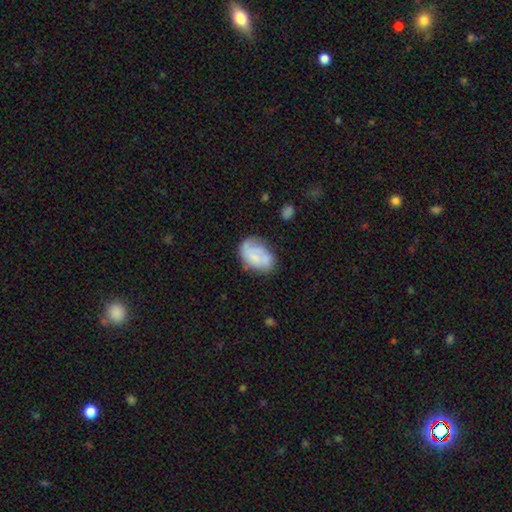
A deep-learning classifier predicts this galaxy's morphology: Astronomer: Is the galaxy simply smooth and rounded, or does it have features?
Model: smooth — 56% (runner-up: featured or disk, 36%).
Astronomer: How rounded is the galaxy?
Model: in between — 86%.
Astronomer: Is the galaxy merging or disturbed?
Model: none — 52% (runner-up: minor disturbance, 29%).